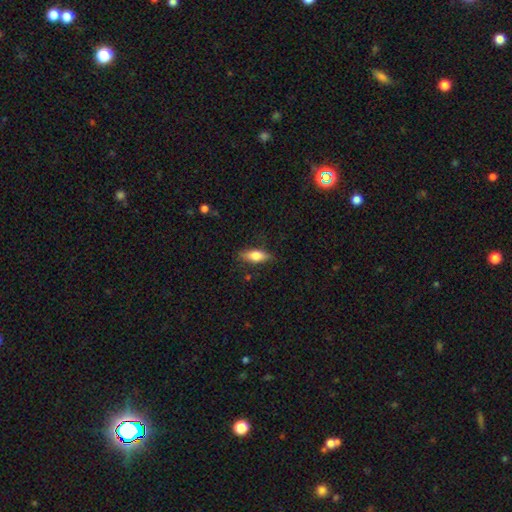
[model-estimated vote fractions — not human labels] Smooth or featured? Predicted: smooth (p=0.71). How rounded? Predicted: in between (p=0.70). Merging? Predicted: none (p=0.80).